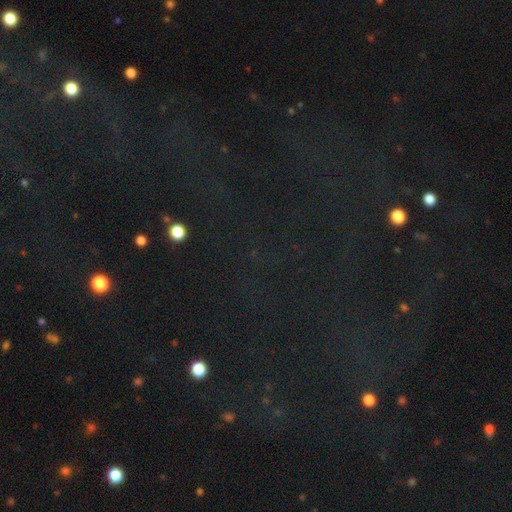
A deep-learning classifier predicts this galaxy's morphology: Smooth or featured?
  - star or artifact: 76% *
  - smooth: 15%
  - featured or disk: 9%